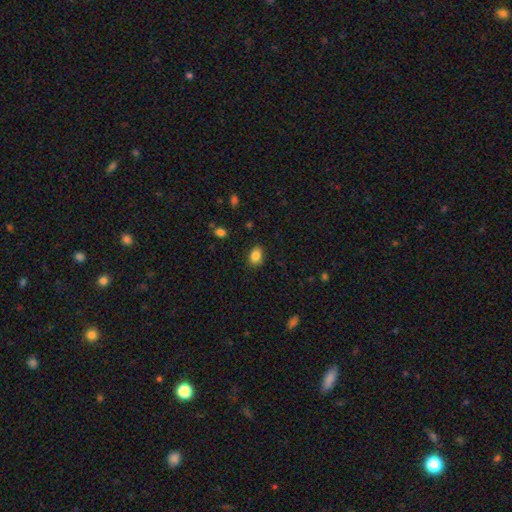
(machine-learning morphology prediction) This appears to be a smooth galaxy with no disk features (85%) that is in between round and cigar-shaped (70%). Merging: none (85%).